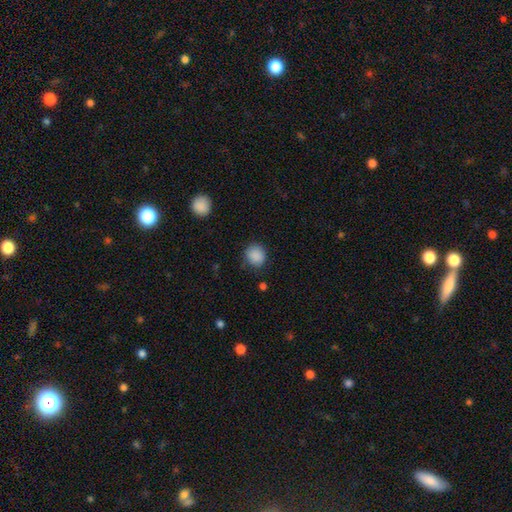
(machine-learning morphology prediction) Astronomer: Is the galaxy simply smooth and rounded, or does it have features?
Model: smooth — 88%.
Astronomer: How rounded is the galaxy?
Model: round — 78%.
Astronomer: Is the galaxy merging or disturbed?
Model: none — 80%.